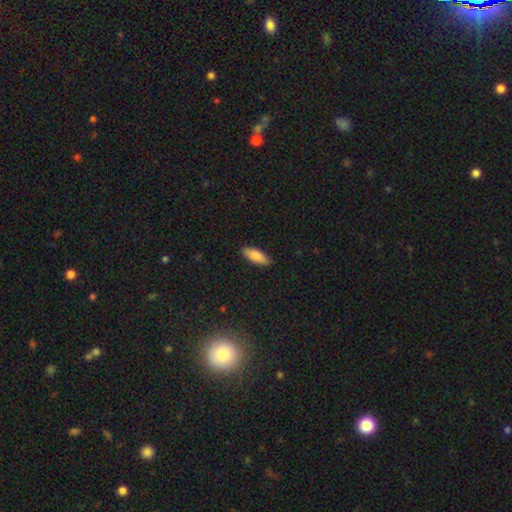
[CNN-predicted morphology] The model was most divided on "how rounded": in between: 68%, cigar-shaped: 30%, round: 2%. More confident: merging — none (87%); smooth or featured — smooth (85%).